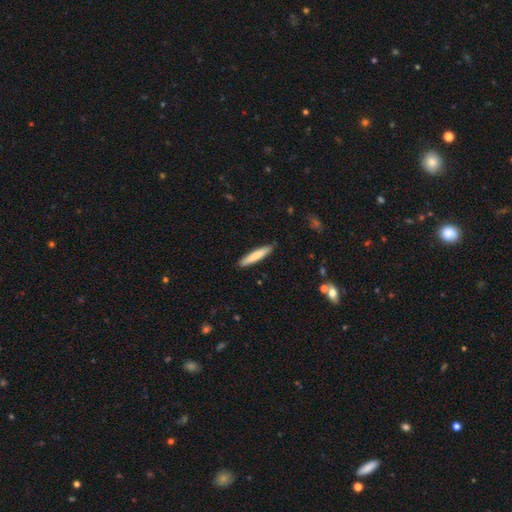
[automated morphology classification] Smooth or featured? Predicted: smooth (p=0.77). How rounded? Predicted: cigar-shaped (p=0.91). Merging? Predicted: none (p=0.90).